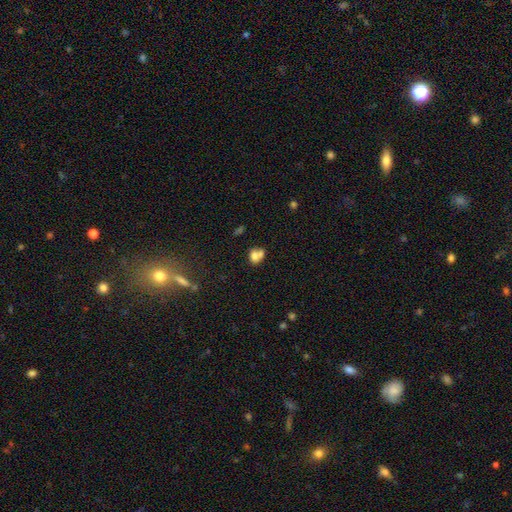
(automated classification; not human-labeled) Q: Smooth or featured?
A: smooth (71%); runner-up: featured or disk (17%)
Q: How rounded?
A: in between (50%); runner-up: round (48%)
Q: Merging?
A: merger (53%); runner-up: none (30%)